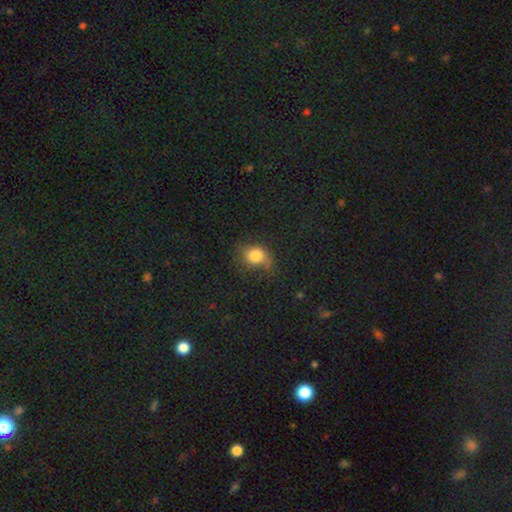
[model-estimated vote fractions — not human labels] The model was most divided on "how rounded": in between: 50%, round: 49%, cigar-shaped: 1%. More confident: smooth or featured — smooth (79%); merging — none (58%).